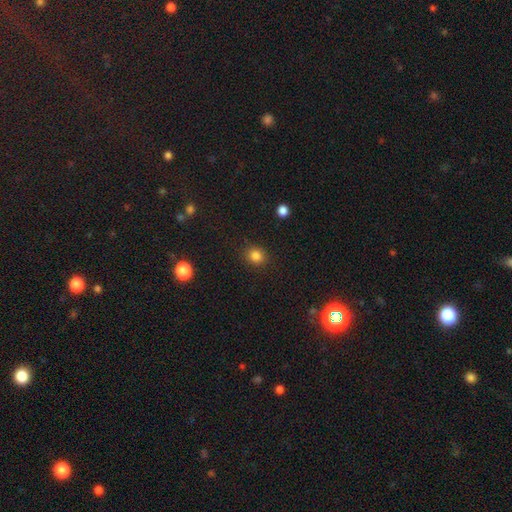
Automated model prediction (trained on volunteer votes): smooth-or-featured: smooth: 83% | star or artifact: 12% | featured or disk: 4%
  how-rounded: round: 81% | in between: 18% | cigar-shaped: 1%
  merging: none: 89% | minor disturbance: 8% | major disturbance: 2% | merger: 1%